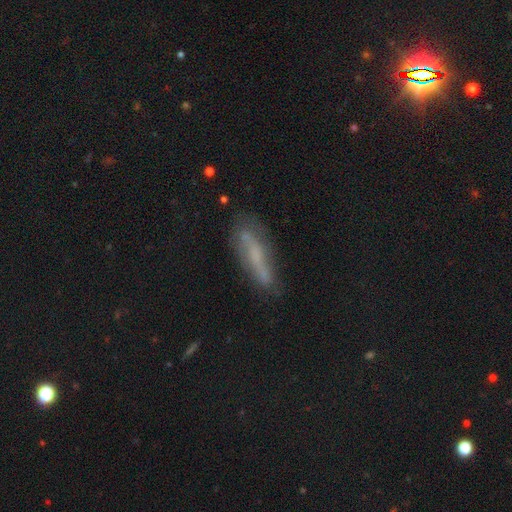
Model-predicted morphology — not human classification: The model was most divided on "smooth or featured": featured or disk: 43%, smooth: 40%, star or artifact: 17%. More confident: merging — none (67%).